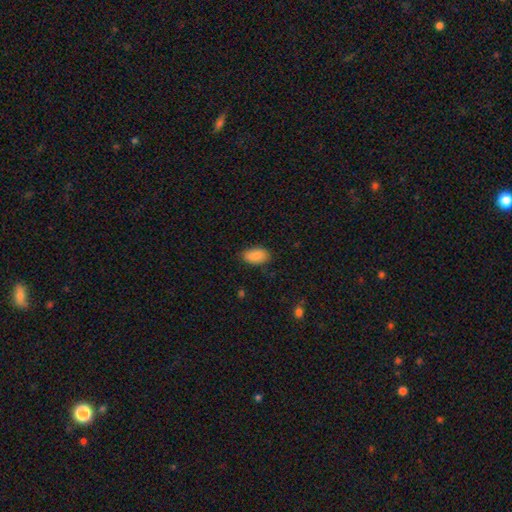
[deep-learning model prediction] smooth 88%, star or artifact 7%, featured or disk 5%. Down the decision tree: how rounded — in between (93%); merging — none (79%).